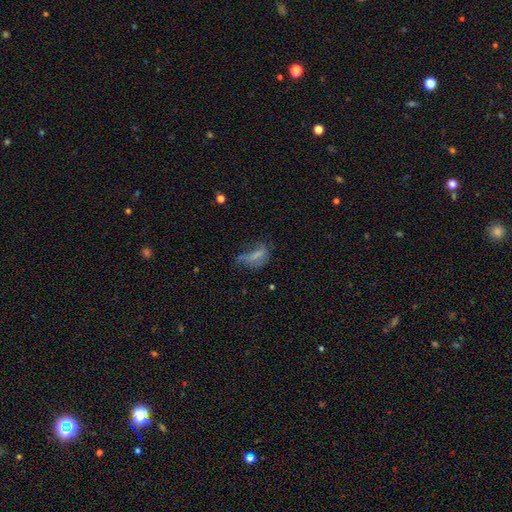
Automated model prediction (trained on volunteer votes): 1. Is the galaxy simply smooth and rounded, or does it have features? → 49% smooth, 35% featured or disk, 16% star or artifact.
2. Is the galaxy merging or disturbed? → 39% major disturbance, 28% none, 26% minor disturbance, 6% merger.